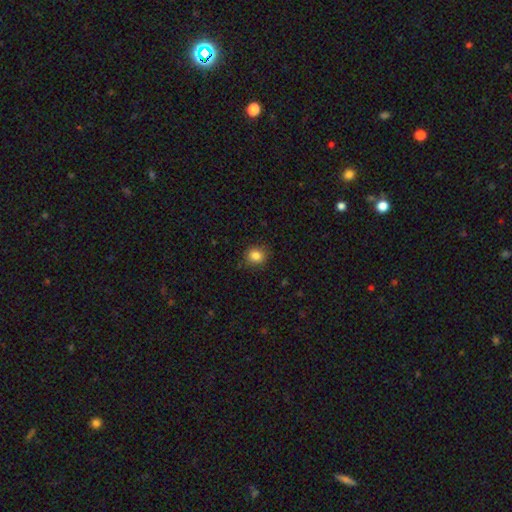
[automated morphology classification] Overall: smooth (84%). How rounded: round (78%). Merging: none (86%).